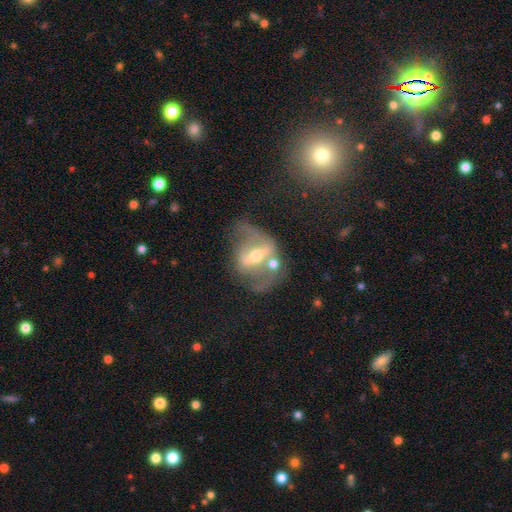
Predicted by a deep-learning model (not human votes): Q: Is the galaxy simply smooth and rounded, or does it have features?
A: featured or disk — 75%.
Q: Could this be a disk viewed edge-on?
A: no — 92%.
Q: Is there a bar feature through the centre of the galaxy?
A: strong — 49%.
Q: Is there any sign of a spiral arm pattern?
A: yes — 61%.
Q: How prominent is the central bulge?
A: moderate — 65%.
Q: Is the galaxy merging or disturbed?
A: none — 33%.